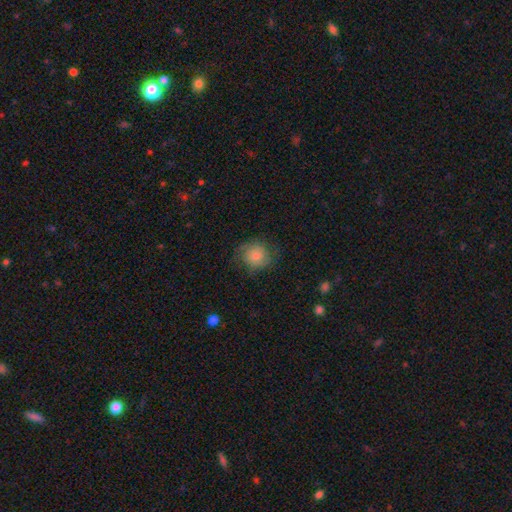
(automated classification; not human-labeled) Q: Smooth or featured?
A: smooth (75%); runner-up: featured or disk (17%)
Q: How rounded?
A: round (84%); runner-up: in between (15%)
Q: Merging?
A: none (71%); runner-up: minor disturbance (19%)